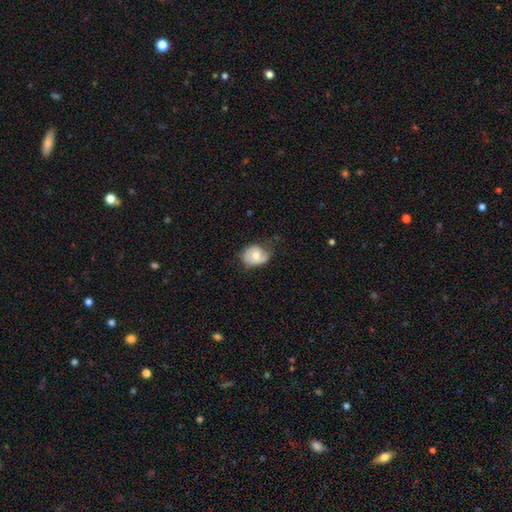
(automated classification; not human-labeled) smooth_or_featured: smooth (p=0.61) [alt: featured or disk p=0.32]
how_rounded: round (p=0.51) [alt: in between p=0.48]
merging: none (p=0.43) [alt: minor disturbance p=0.39]